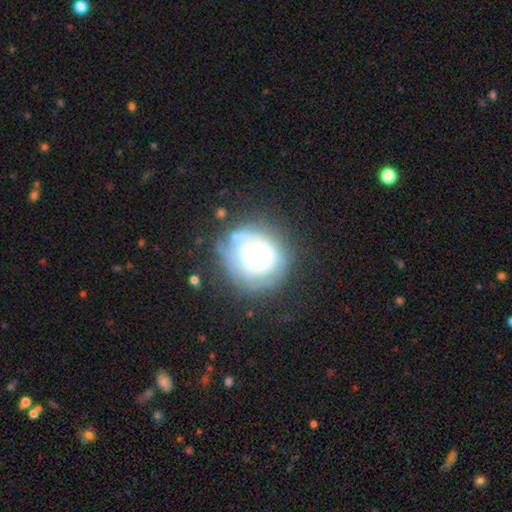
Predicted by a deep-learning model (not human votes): Smooth or featured? featured or disk (70%)
Edge-on disk? no (97%)
Bar? no (72%)
Spiral arms? yes (80%)
Spiral winding? tight (63%)
Spiral arm count? can't tell (36%)
Bulge size? large (44%)
Merging? none (63%)